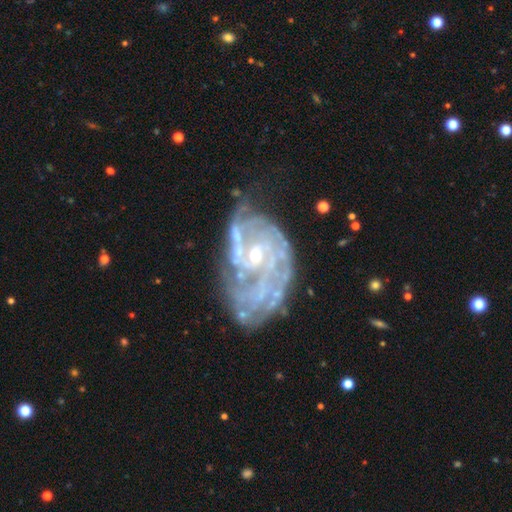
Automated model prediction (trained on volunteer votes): This is clearly a featured or disk galaxy (84%). It is clearly not viewed edge-on (97%). Bar: possibly no (59%). Spiral arm pattern: clearly yes (85%). Spiral arm count: marginally can't tell (43%). Spiral winding: possibly tight (57%). Central bulge: likely small (64%). Merging: marginally none (44%).